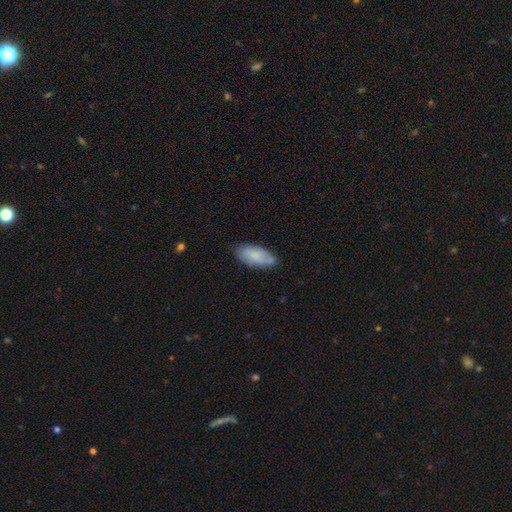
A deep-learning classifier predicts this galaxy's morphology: Smooth or featured? smooth (77%)
How rounded? in between (86%)
Merging? none (74%)